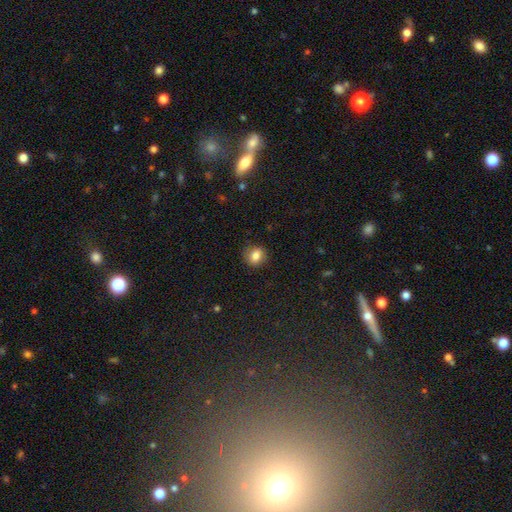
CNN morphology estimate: Smooth or featured? Predicted: smooth (p=0.81). How rounded? Predicted: round (p=0.69). Merging? Predicted: none (p=0.84).